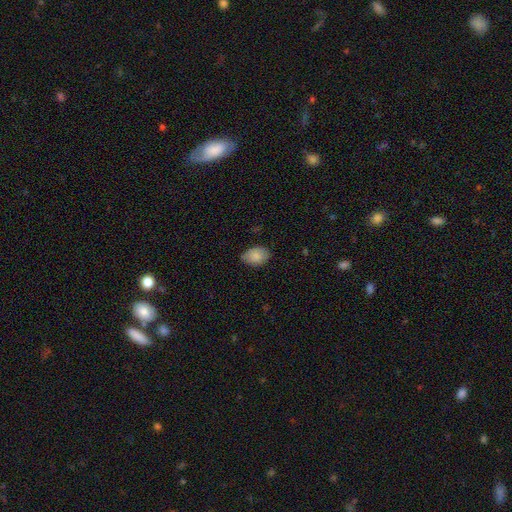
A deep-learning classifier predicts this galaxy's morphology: Smooth or featured?
  - smooth: 85% *
  - featured or disk: 8%
  - star or artifact: 7%
How rounded?
  - in between: 83% *
  - round: 16%
  - cigar-shaped: 1%
Merging?
  - none: 75% *
  - minor disturbance: 21%
  - major disturbance: 3%
  - merger: 1%